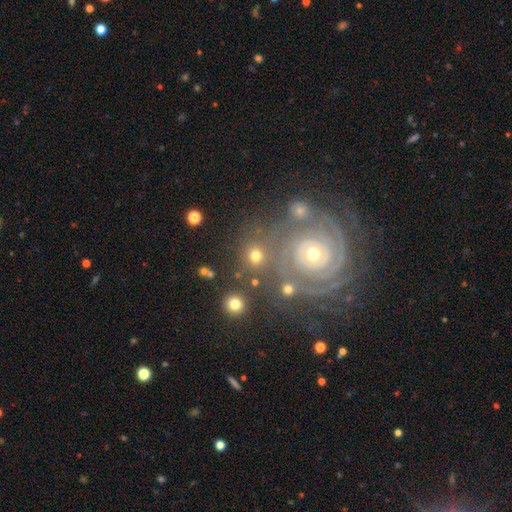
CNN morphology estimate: This is likely a smooth galaxy (67%). How rounded: clearly round (82%). Merging: likely none (71%).